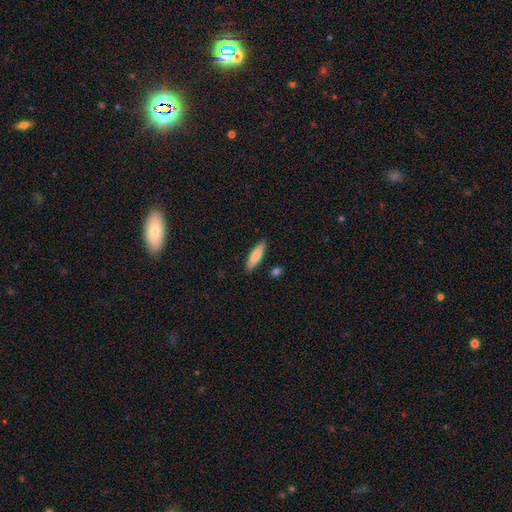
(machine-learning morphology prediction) Smooth or featured? Predicted: smooth (p=0.80). How rounded? Predicted: cigar-shaped (p=0.67). Merging? Predicted: none (p=0.88).